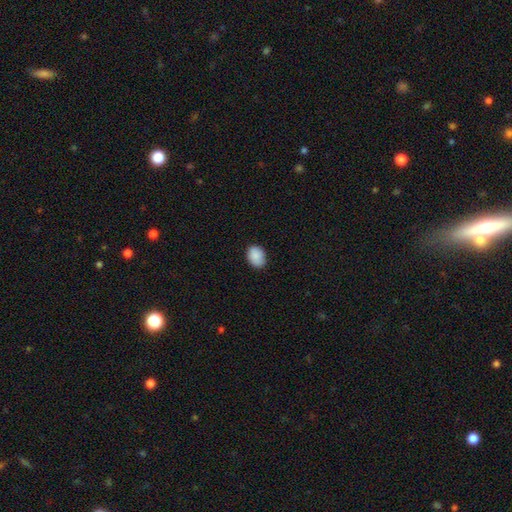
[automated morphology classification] Smooth or featured? Predicted: smooth (p=0.89). How rounded? Predicted: in between (p=0.67). Merging? Predicted: none (p=0.79).